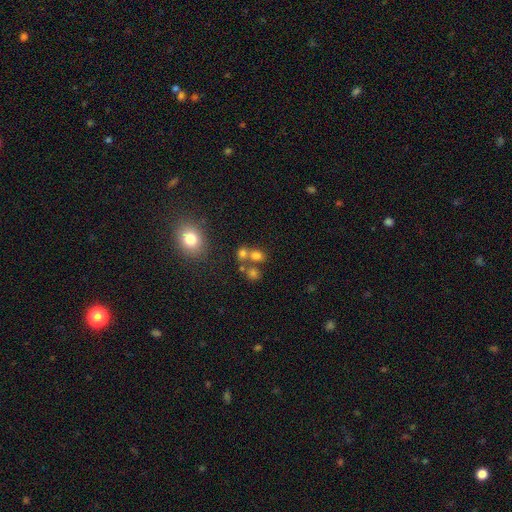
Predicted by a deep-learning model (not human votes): Q: Smooth or featured?
A: smooth (71%); runner-up: star or artifact (17%)
Q: How rounded?
A: round (60%); runner-up: in between (38%)
Q: Merging?
A: none (48%); runner-up: merger (37%)